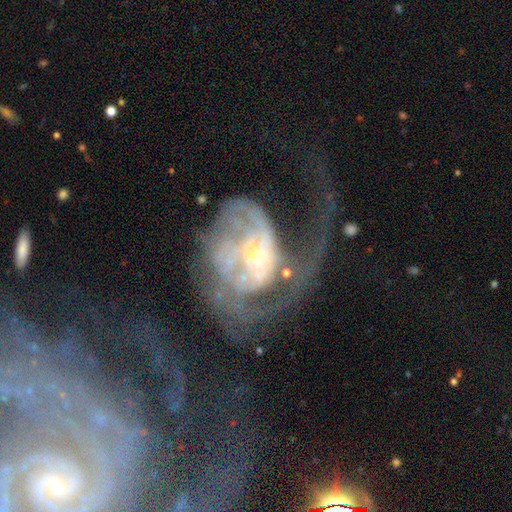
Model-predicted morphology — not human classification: Smooth or featured: featured or disk — 83% (smooth — 10%)
Edge-on disk: no — 97% (yes — 3%)
Bar: no — 69% (weak — 24%)
Spiral arms: yes — 84% (no — 16%)
Spiral winding: medium — 38% (loose — 34%)
Spiral arm count: can't tell — 31% (2 — 28%)
Bulge size: small — 63% (moderate — 28%)
Merging: major disturbance — 61% (none — 19%)